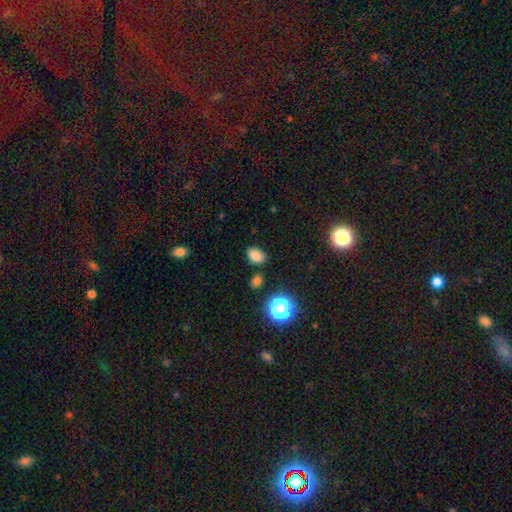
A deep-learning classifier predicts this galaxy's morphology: Smooth or featured? smooth (82%)
How rounded? in between (75%)
Merging? none (79%)